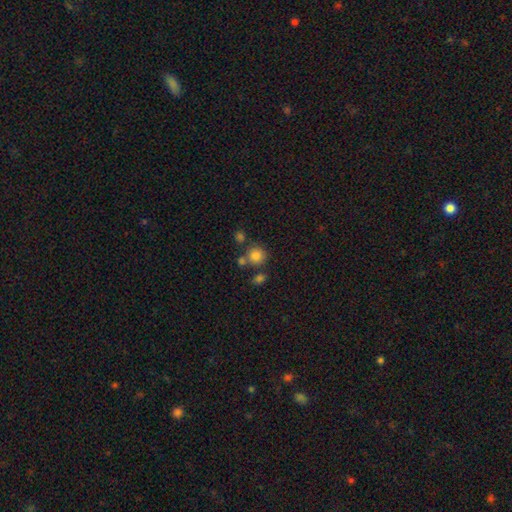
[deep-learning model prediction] The model was most divided on "merging": none: 66%, merger: 19%, minor disturbance: 11%, major disturbance: 4%. More confident: how rounded — round (89%); smooth or featured — smooth (81%).